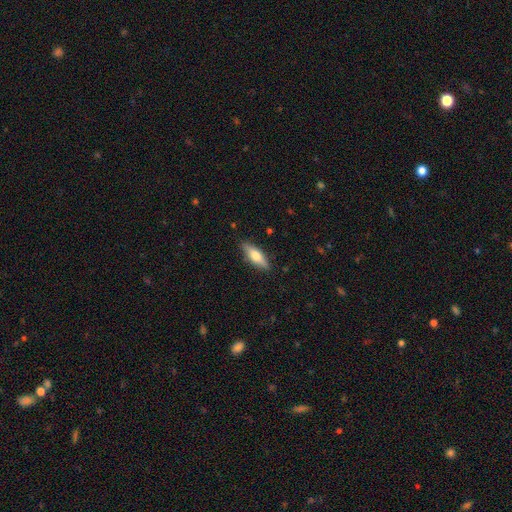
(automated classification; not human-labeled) Morphology: type=smooth (58%); roundness=in between (50%); merging=none (87%).